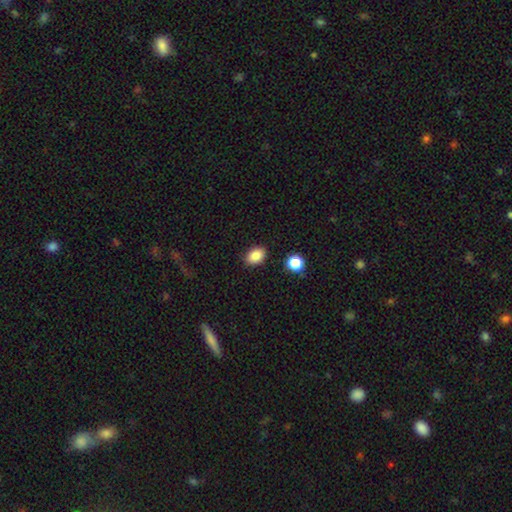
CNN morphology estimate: Smooth or featured?
  - smooth: 86% *
  - star or artifact: 9%
  - featured or disk: 5%
How rounded?
  - in between: 76% *
  - round: 22%
  - cigar-shaped: 1%
Merging?
  - none: 86% *
  - minor disturbance: 9%
  - major disturbance: 2%
  - merger: 2%